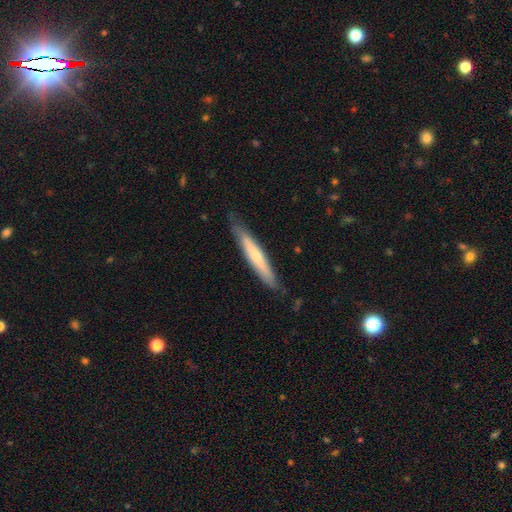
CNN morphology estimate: A smooth galaxy with no disk features (58%) that is cigar-shaped (93%).

Vote fractions:
- Smooth or featured? smooth: 58% / featured or disk: 37% / star or artifact: 5%
- How rounded? cigar-shaped: 93% / in between: 5% / round: 1%
- Merging? none: 83% / minor disturbance: 14% / major disturbance: 2% / merger: 1%